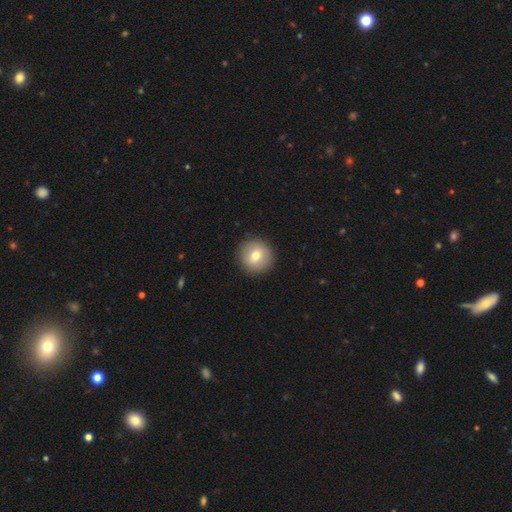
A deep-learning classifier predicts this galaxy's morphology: This appears to be a smooth galaxy with no disk features (73%) that is round (93%). Merging: none (91%).